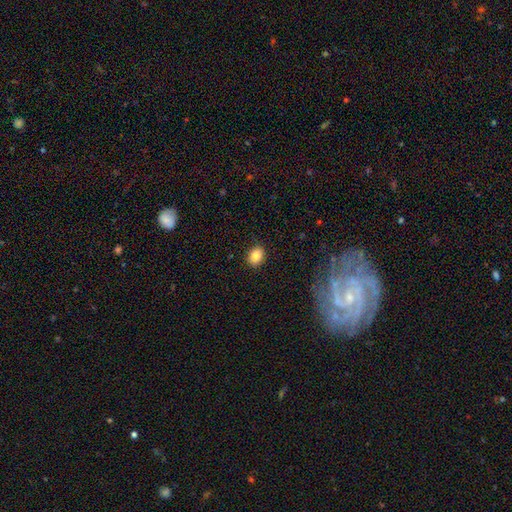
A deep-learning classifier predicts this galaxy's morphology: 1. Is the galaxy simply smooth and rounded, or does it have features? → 85% smooth, 9% star or artifact, 6% featured or disk.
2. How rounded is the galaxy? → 59% in between, 40% round, 1% cigar-shaped.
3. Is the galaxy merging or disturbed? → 88% none, 9% minor disturbance, 2% major disturbance, 1% merger.